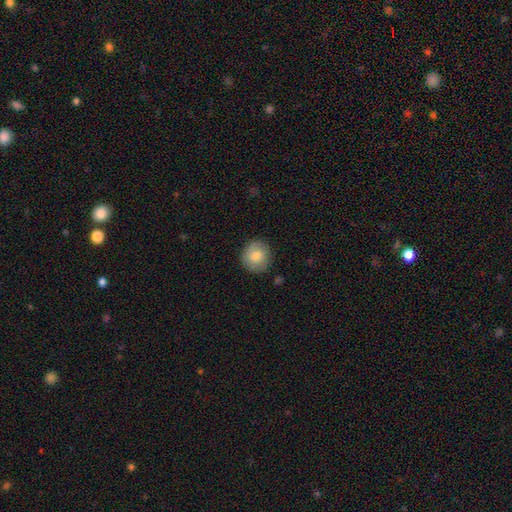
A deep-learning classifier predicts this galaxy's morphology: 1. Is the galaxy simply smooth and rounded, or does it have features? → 79% smooth, 14% featured or disk, 7% star or artifact.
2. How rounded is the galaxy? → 88% round, 11% in between, 1% cigar-shaped.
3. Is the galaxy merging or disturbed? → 86% none, 11% minor disturbance, 2% major disturbance, 1% merger.